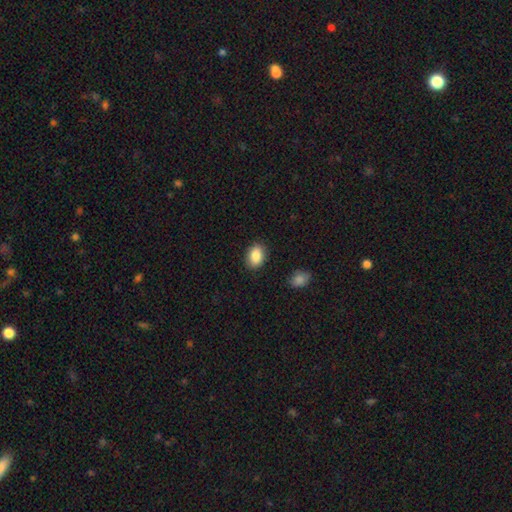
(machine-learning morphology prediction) smooth 88%, star or artifact 7%, featured or disk 5%. Down the decision tree: how rounded — in between (78%); merging — none (87%).